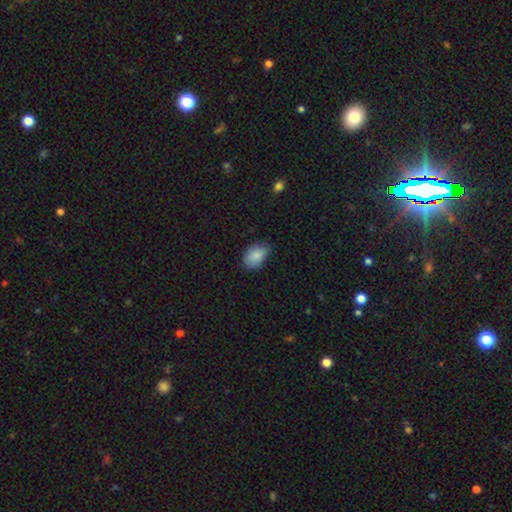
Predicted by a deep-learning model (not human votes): smooth 87%, star or artifact 7%, featured or disk 6%. Down the decision tree: how rounded — in between (87%); merging — none (67%).